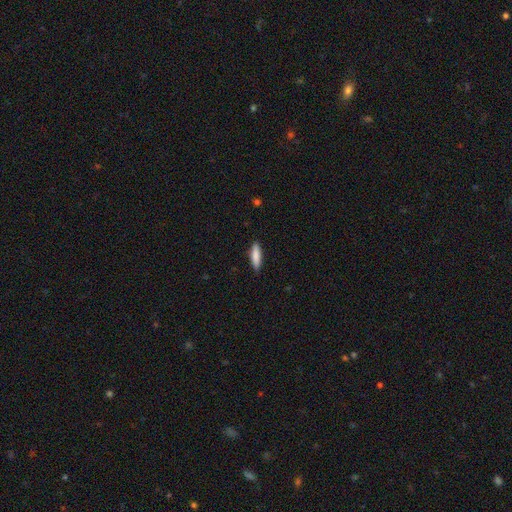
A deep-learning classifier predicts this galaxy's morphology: The model was most divided on "how rounded": cigar-shaped: 70%, in between: 29%, round: 1%. More confident: merging — none (87%); smooth or featured — smooth (82%).